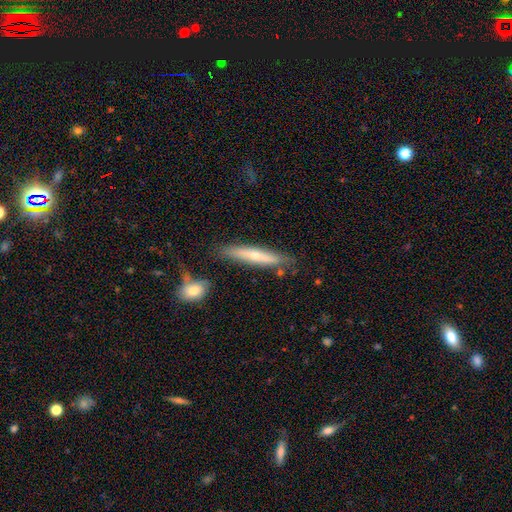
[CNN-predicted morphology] type=smooth (52%); roundness=cigar-shaped (90%); merging=none (79%).